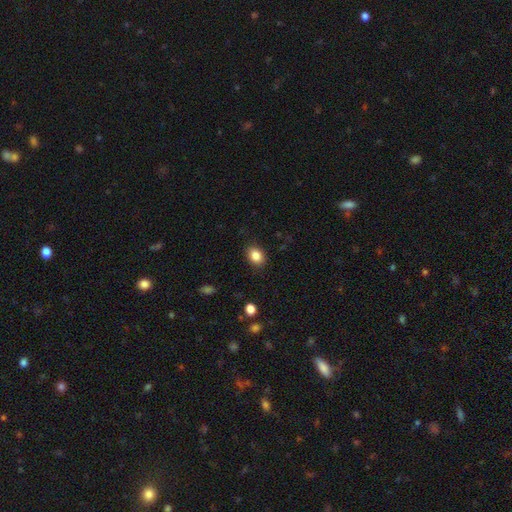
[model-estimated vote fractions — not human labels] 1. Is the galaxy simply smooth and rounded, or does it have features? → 86% smooth, 9% star or artifact, 5% featured or disk.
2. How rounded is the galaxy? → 61% in between, 38% round, 1% cigar-shaped.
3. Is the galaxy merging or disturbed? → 88% none, 9% minor disturbance, 2% major disturbance, 1% merger.